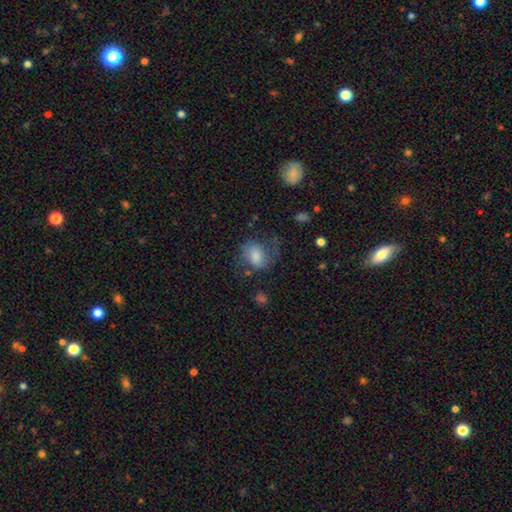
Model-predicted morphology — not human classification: A smooth galaxy with no disk features (71%) that is in between round and cigar-shaped (66%).

Vote fractions:
- Smooth or featured? smooth: 71% / featured or disk: 19% / star or artifact: 9%
- How rounded? in between: 66% / round: 33% / cigar-shaped: 1%
- Merging? none: 44% / major disturbance: 26% / minor disturbance: 26% / merger: 4%